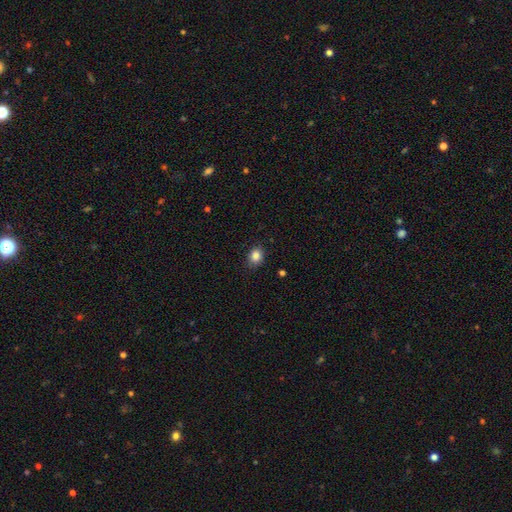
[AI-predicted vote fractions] Smooth or featured? Predicted: smooth (p=0.84). How rounded? Predicted: round (p=0.50). Merging? Predicted: none (p=0.86).